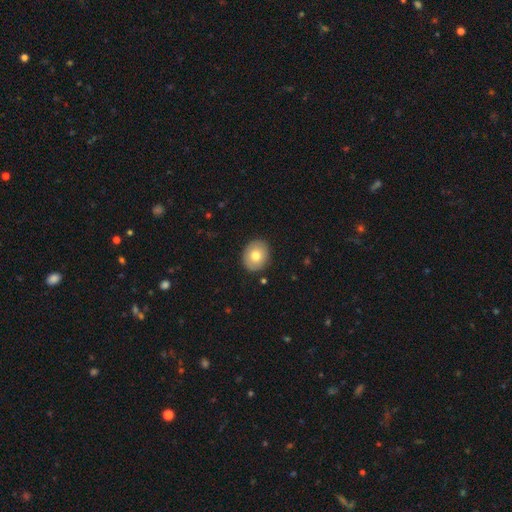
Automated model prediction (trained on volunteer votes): Smooth or featured? Predicted: smooth (p=0.76). How rounded? Predicted: round (p=0.57). Merging? Predicted: none (p=0.89).